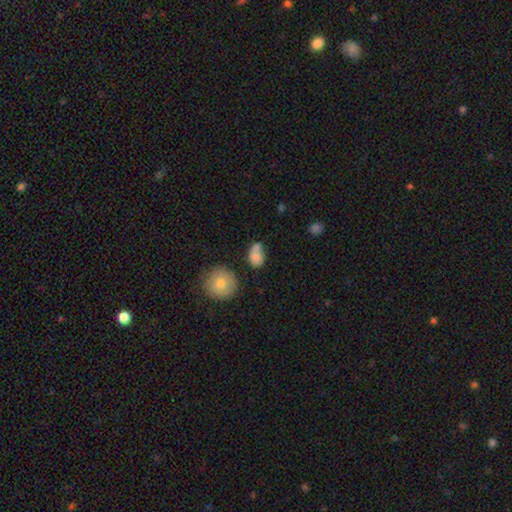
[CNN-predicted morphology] A smooth galaxy with no disk features (76%) that is in between round and cigar-shaped (58%).

Vote fractions:
- Smooth or featured? smooth: 76% / featured or disk: 14% / star or artifact: 10%
- How rounded? in between: 58% / round: 40% / cigar-shaped: 2%
- Merging? none: 39% / merger: 29% / minor disturbance: 20% / major disturbance: 12%